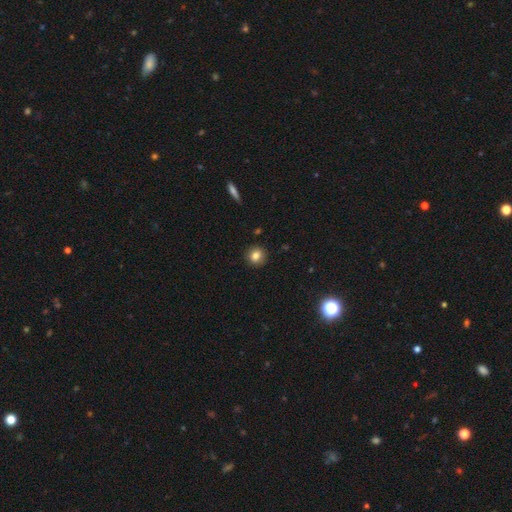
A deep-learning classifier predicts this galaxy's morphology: A smooth galaxy with no disk features (82%) that is round (87%). Merging: none (91%).